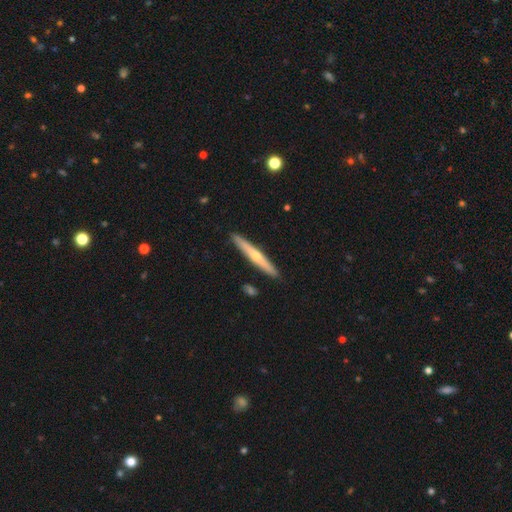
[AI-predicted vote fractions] Morphology: type=featured or disk (57%); edge-on=yes (96%); edge-on bulge=rounded (80%); merging=none (91%).